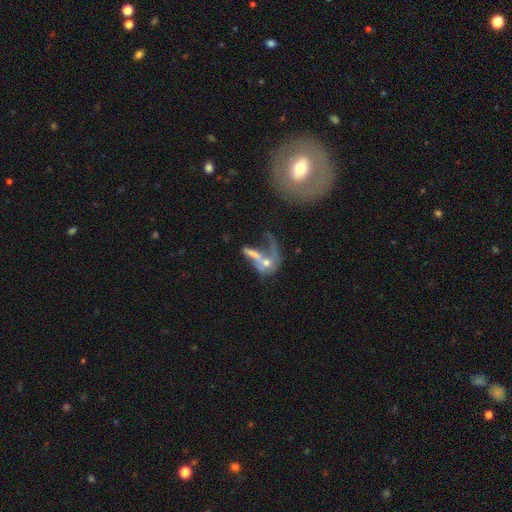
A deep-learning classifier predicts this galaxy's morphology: Overall: featured or disk (51%; smooth 34%). Edge-on disk: no (84%). Merging: merger (48%; none 23%).